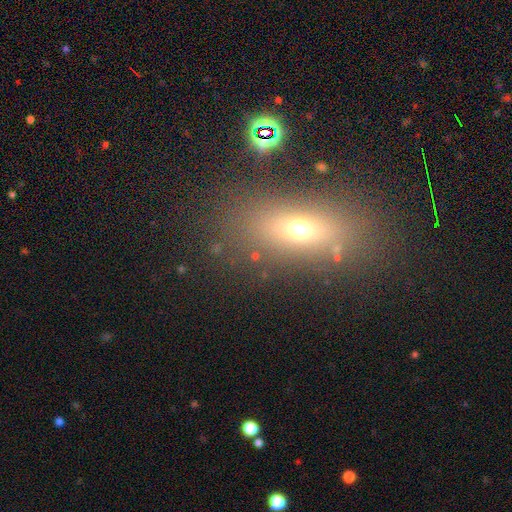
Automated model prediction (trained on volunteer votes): Q: Smooth or featured?
A: smooth (56%); runner-up: star or artifact (24%)
Q: How rounded?
A: in between (62%); runner-up: round (22%)
Q: Merging?
A: none (77%); runner-up: minor disturbance (11%)